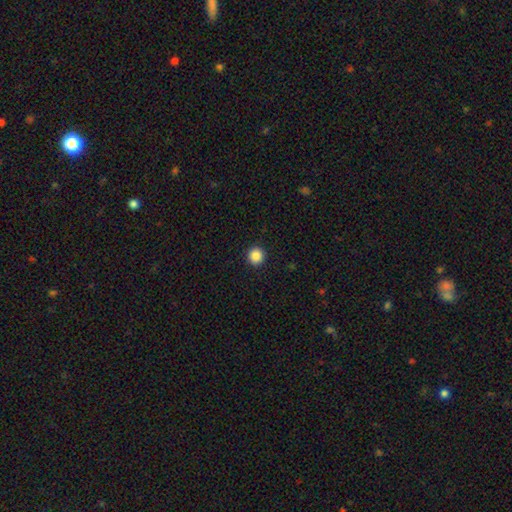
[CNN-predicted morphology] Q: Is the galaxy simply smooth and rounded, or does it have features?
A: smooth — 87%.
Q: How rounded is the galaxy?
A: round — 95%.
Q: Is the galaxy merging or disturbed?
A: none — 93%.